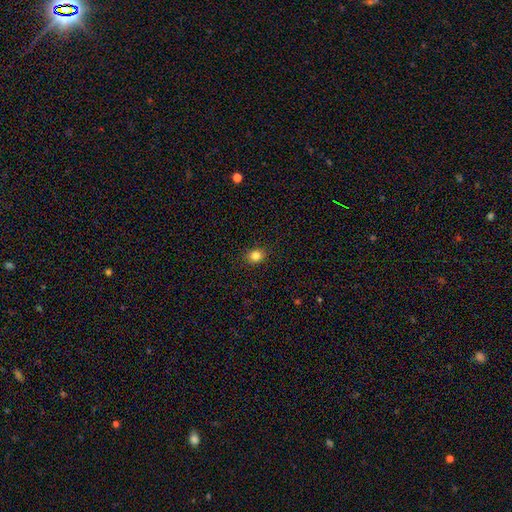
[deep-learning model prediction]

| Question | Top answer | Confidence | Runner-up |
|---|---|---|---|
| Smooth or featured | smooth | 83% | star or artifact (12%) |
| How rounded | round | 66% | in between (33%) |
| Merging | none | 90% | minor disturbance (7%) |